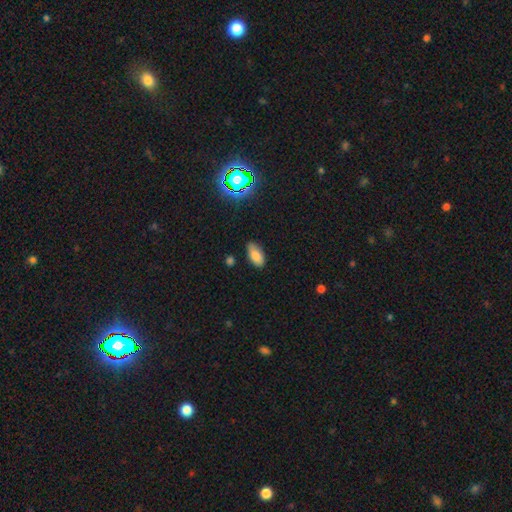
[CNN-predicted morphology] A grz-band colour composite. It shows a smooth galaxy with no disk features (82%) that is in between round and cigar-shaped (92%). Merging: none (77%).